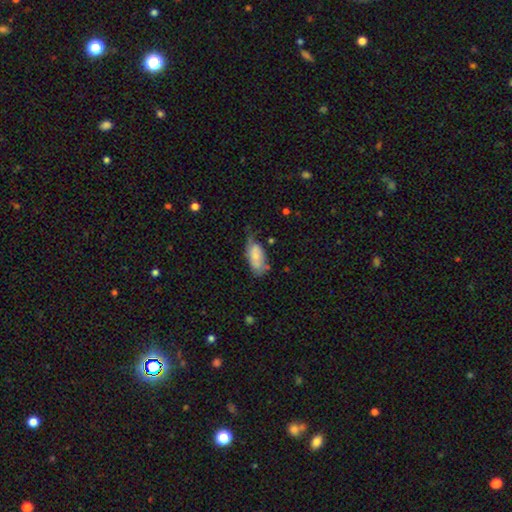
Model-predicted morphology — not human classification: Smooth or featured? Predicted: smooth (p=0.71). How rounded? Predicted: in between (p=0.89). Merging? Predicted: minor disturbance (p=0.39, tied with none).